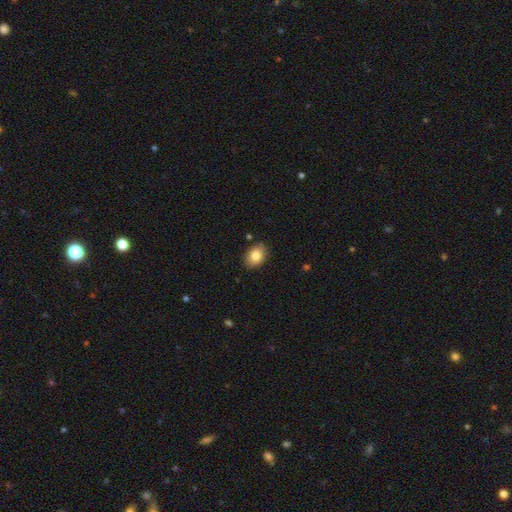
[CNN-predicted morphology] Smooth or featured: smooth — 83% (featured or disk — 9%)
How rounded: in between — 76% (round — 23%)
Merging: none — 87% (minor disturbance — 10%)